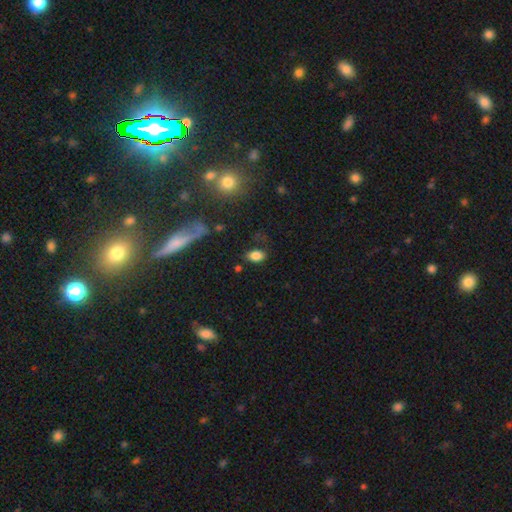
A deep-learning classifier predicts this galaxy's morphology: Overall: smooth (82%). How rounded: in between (88%). Merging: none (69%).